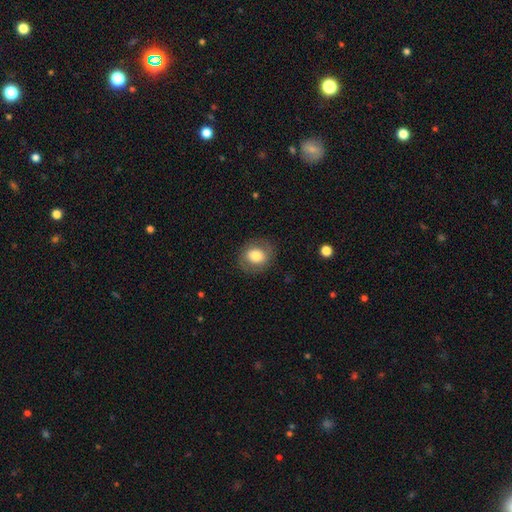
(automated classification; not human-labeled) Q: Smooth or featured?
A: smooth (70%); runner-up: featured or disk (22%)
Q: How rounded?
A: round (66%); runner-up: in between (33%)
Q: Merging?
A: none (83%); runner-up: minor disturbance (11%)